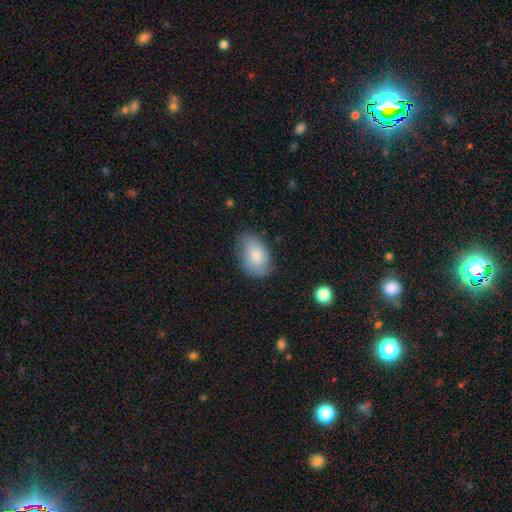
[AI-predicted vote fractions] Morphology: type=smooth (81%); roundness=in between (90%); merging=none (67%).